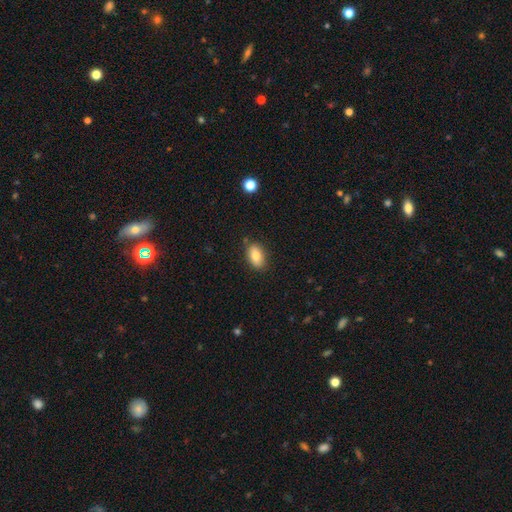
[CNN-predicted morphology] smooth_or_featured: smooth (p=0.80) [alt: featured or disk p=0.12]
how_rounded: in between (p=0.89) [alt: round p=0.06]
merging: none (p=0.82) [alt: minor disturbance p=0.13]